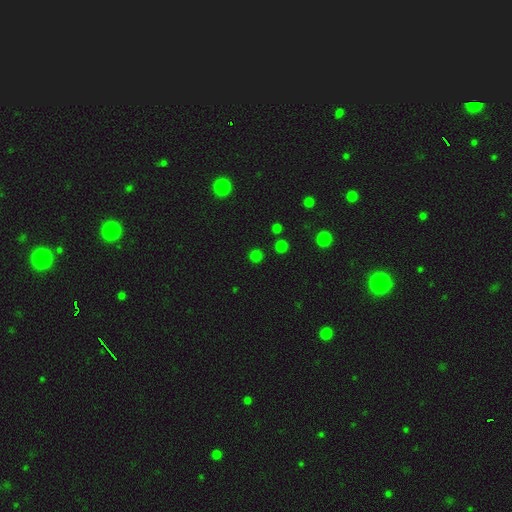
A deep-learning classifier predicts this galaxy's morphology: type=smooth (74%); roundness=round (93%); merging=none (89%).